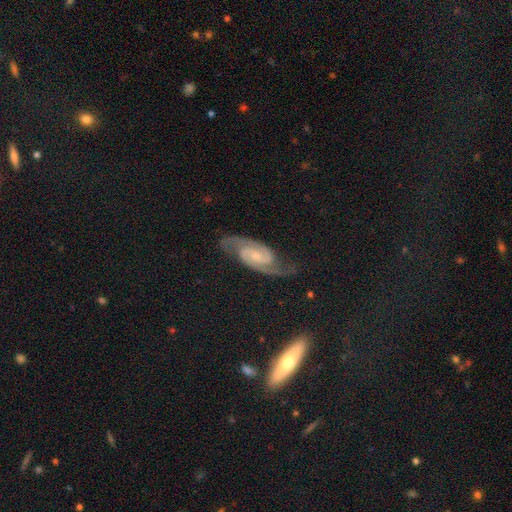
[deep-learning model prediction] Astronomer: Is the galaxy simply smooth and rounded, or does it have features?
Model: featured or disk — 91%.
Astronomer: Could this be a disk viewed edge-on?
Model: no — 96%.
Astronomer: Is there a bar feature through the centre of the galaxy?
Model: weak — 45% (runner-up: no, 40%).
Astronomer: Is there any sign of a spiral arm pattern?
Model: yes — 98%.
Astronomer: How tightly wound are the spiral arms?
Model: medium — 54% (runner-up: tight, 34%).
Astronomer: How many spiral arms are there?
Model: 2 — 93%.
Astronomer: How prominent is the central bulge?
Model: small — 52% (runner-up: moderate, 29%).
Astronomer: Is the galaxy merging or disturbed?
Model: none — 78%.